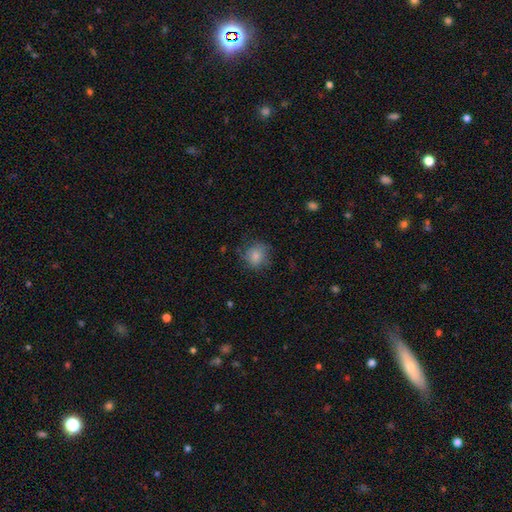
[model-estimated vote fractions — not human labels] Smooth or featured: smooth — 79% (featured or disk — 12%)
How rounded: round — 80% (in between — 19%)
Merging: none — 69% (minor disturbance — 21%)